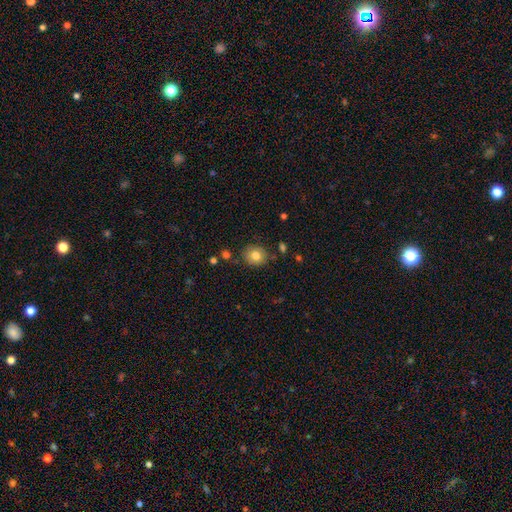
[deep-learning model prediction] This appears to be a smooth galaxy with no disk features (80%) that is round (75%). Merging: none (83%).